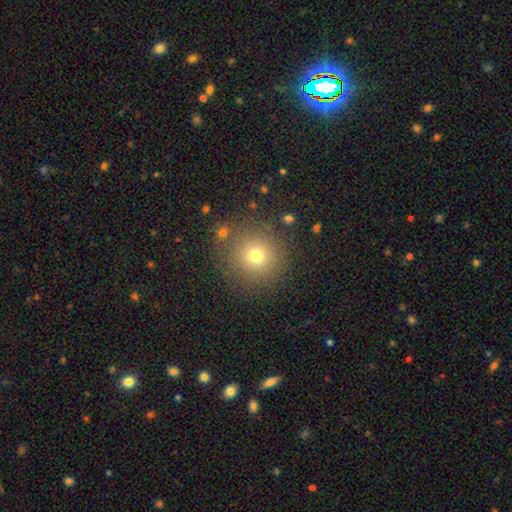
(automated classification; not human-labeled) smooth 71%, star or artifact 18%, featured or disk 11%. Down the decision tree: how rounded — round (94%); merging — none (86%).